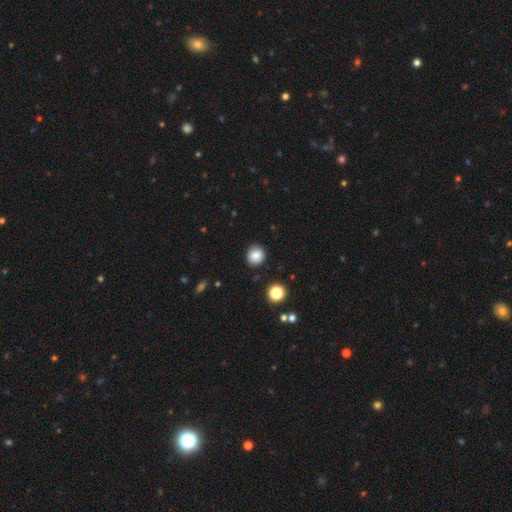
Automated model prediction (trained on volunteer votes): smooth 84%, star or artifact 11%, featured or disk 5%. Down the decision tree: how rounded — round (85%); merging — none (88%).